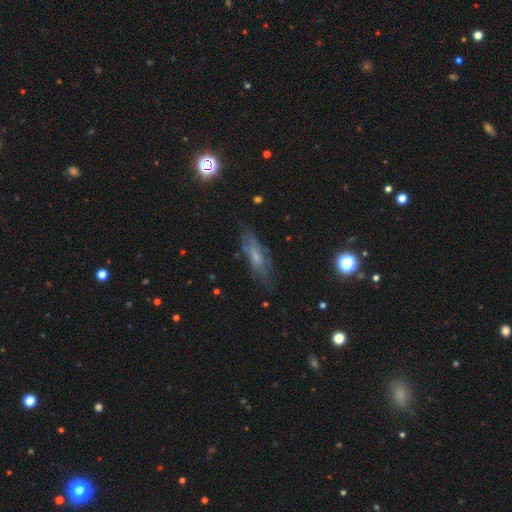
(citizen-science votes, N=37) smooth_or_featured: featured or disk (p=0.68) [alt: smooth p=0.27]
disk_edge_on: no (p=0.72) [alt: yes p=0.28]
bar: no (p=0.83) [alt: weak p=0.17]
has_spiral_arms: no (p=0.83) [alt: yes p=0.17]
bulge_size: small (p=0.50) [alt: none p=0.28]
merging: none (p=0.54) [alt: minor disturbance p=0.37]